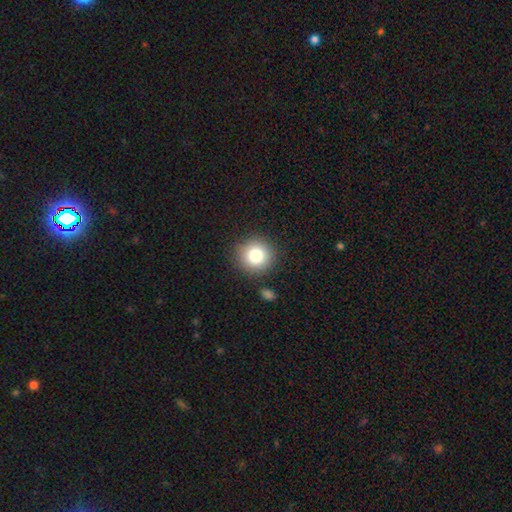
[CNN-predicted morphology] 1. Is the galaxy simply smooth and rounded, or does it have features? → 83% smooth, 10% star or artifact, 7% featured or disk.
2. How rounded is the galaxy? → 93% round, 6% in between, 1% cigar-shaped.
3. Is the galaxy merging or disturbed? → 85% none, 9% minor disturbance, 3% merger, 3% major disturbance.